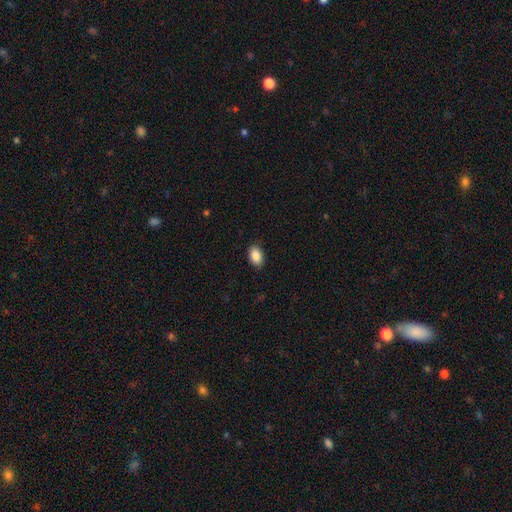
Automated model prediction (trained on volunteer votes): Morphology: type=smooth (88%); roundness=in between (91%); merging=none (89%).